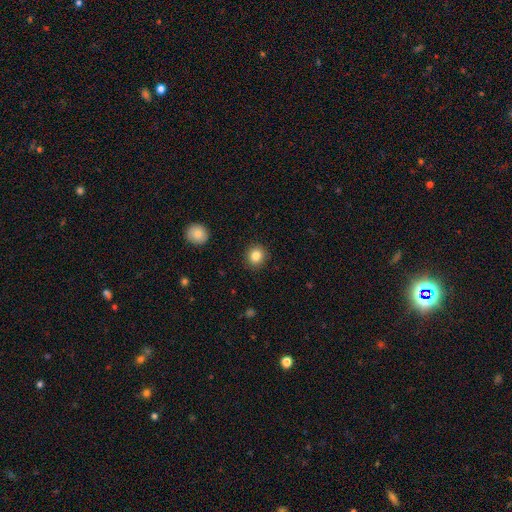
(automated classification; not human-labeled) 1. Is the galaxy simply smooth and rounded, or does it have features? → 84% smooth, 10% star or artifact, 6% featured or disk.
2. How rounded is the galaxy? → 85% round, 14% in between, 1% cigar-shaped.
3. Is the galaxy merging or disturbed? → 90% none, 6% minor disturbance, 2% major disturbance, 1% merger.